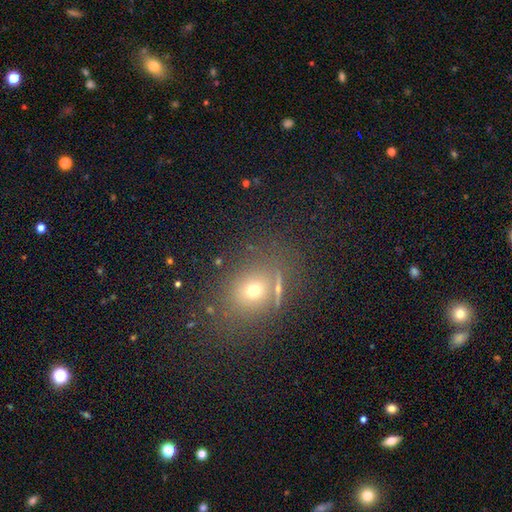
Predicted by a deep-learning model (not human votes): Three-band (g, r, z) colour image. It shows a smooth galaxy with no disk features (56%) that is round (52%). Merging: none (76%).